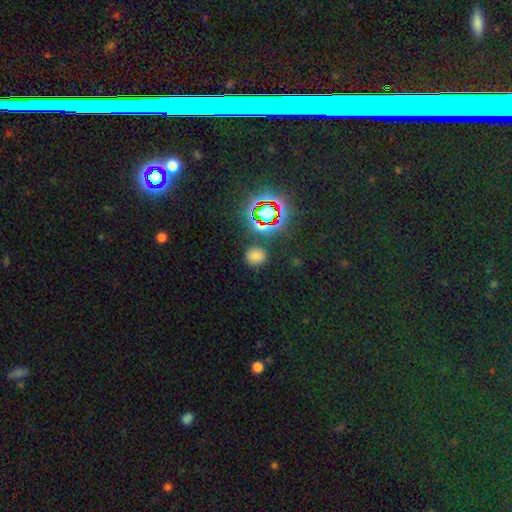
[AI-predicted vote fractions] smooth-or-featured: smooth: 70% | star or artifact: 24% | featured or disk: 6%
  how-rounded: round: 75% | in between: 24% | cigar-shaped: 1%
  merging: none: 85% | minor disturbance: 9% | major disturbance: 3% | merger: 3%